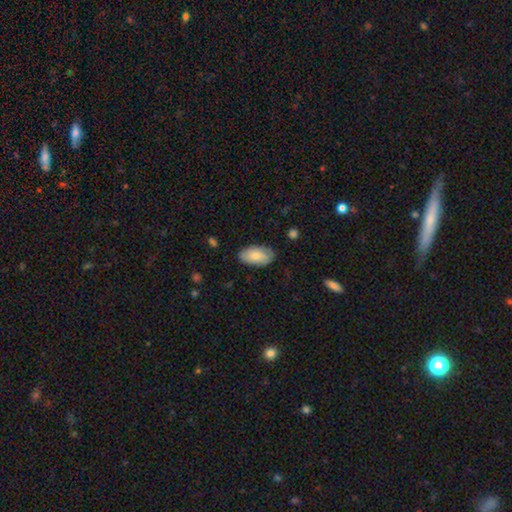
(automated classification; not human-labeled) smooth-or-featured: smooth: 80% | featured or disk: 14% | star or artifact: 6%
  how-rounded: in between: 95% | round: 3% | cigar-shaped: 3%
  merging: none: 81% | minor disturbance: 15% | major disturbance: 3% | merger: 1%